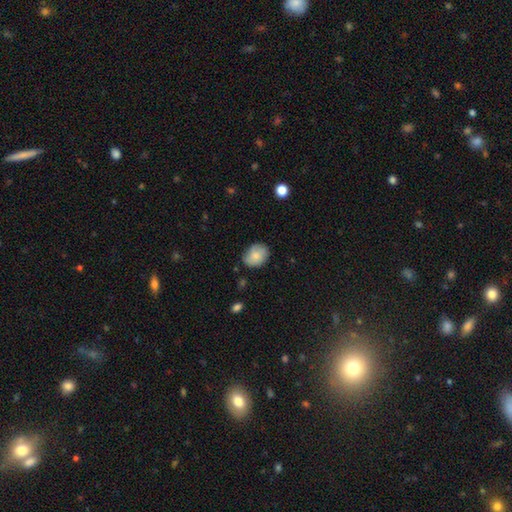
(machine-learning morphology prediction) Smooth or featured? smooth (77%)
How rounded? in between (56%)
Merging? none (73%)